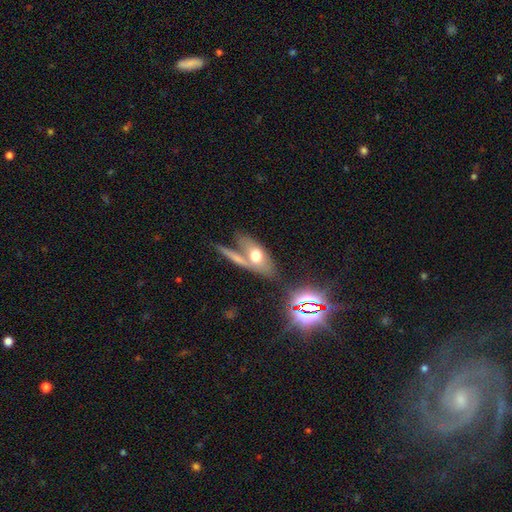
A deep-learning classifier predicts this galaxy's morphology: Smooth or featured?
  - smooth: 59% *
  - featured or disk: 30%
  - star or artifact: 11%
How rounded?
  - in between: 76% *
  - cigar-shaped: 14%
  - round: 9%
Merging?
  - none: 41% *
  - merger: 35%
  - minor disturbance: 14%
  - major disturbance: 10%